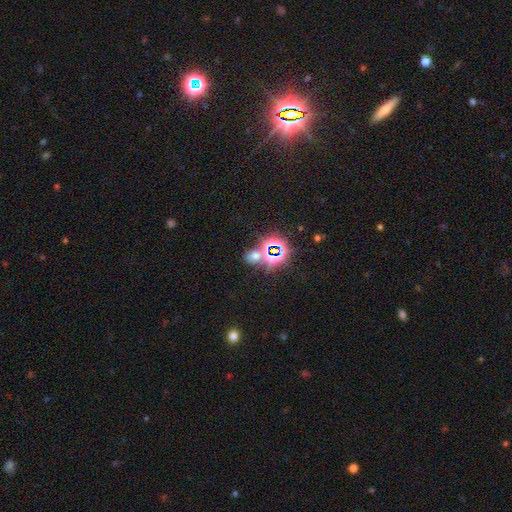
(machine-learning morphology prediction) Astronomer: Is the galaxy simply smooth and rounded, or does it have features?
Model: star or artifact — 51% (runner-up: smooth, 41%).